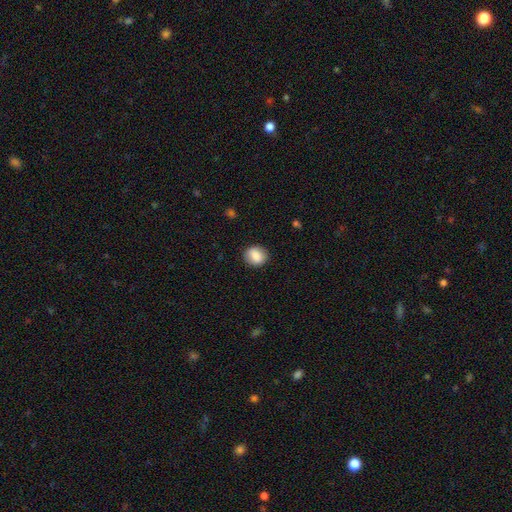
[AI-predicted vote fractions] Smooth or featured?
  - smooth: 85% *
  - star or artifact: 8%
  - featured or disk: 7%
How rounded?
  - round: 75% *
  - in between: 24%
  - cigar-shaped: 1%
Merging?
  - none: 89% *
  - minor disturbance: 8%
  - major disturbance: 2%
  - merger: 1%